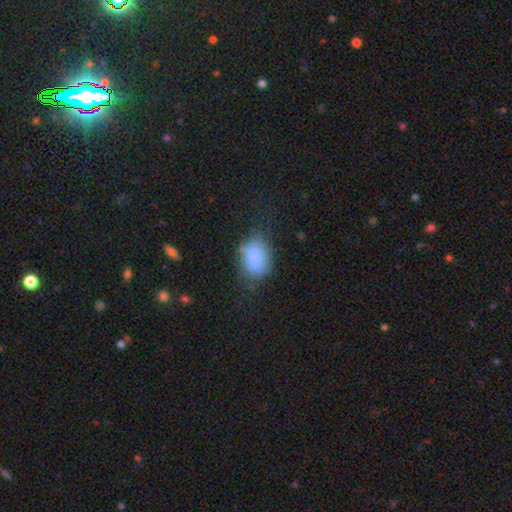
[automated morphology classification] Smooth or featured?
  - smooth: 83% *
  - featured or disk: 9%
  - star or artifact: 8%
How rounded?
  - in between: 75% *
  - round: 24%
  - cigar-shaped: 1%
Merging?
  - none: 54% *
  - minor disturbance: 29%
  - major disturbance: 15%
  - merger: 2%